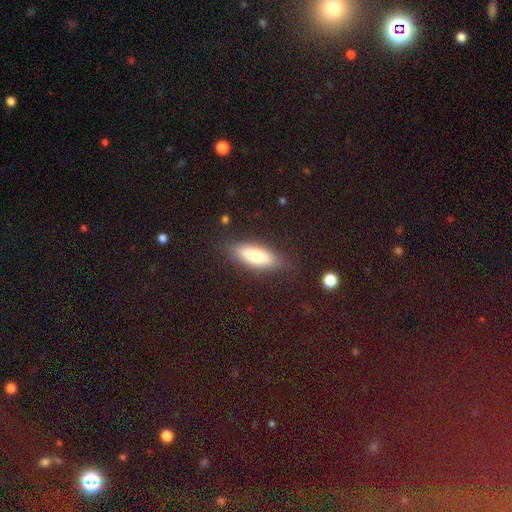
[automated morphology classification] Q: Smooth or featured?
A: smooth (68%); runner-up: featured or disk (25%)
Q: How rounded?
A: in between (64%); runner-up: cigar-shaped (34%)
Q: Merging?
A: none (83%); runner-up: minor disturbance (12%)